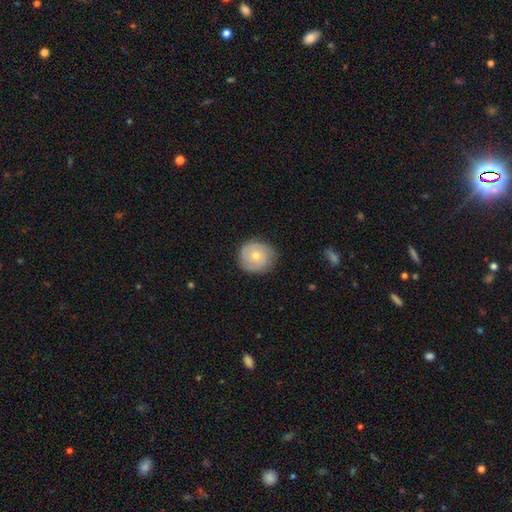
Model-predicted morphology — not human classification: smooth 57%, featured or disk 37%, star or artifact 7%. Down the decision tree: how rounded — round (89%); merging — none (77%).